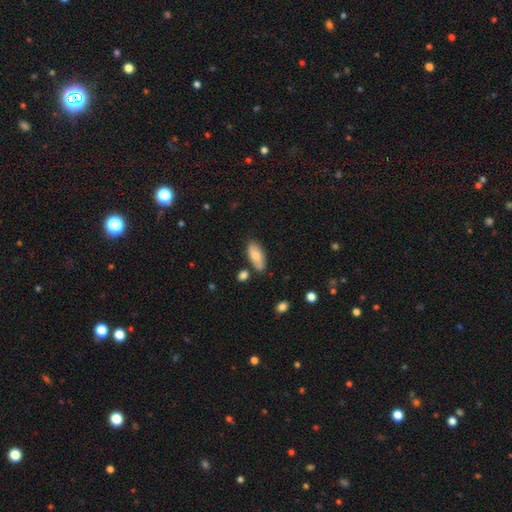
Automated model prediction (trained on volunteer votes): A smooth galaxy with no disk features (78%) that is in between round and cigar-shaped (88%).

Vote fractions:
- Smooth or featured? smooth: 78% / featured or disk: 15% / star or artifact: 6%
- How rounded? in between: 88% / cigar-shaped: 10% / round: 2%
- Merging? none: 75% / minor disturbance: 16% / merger: 6% / major disturbance: 3%